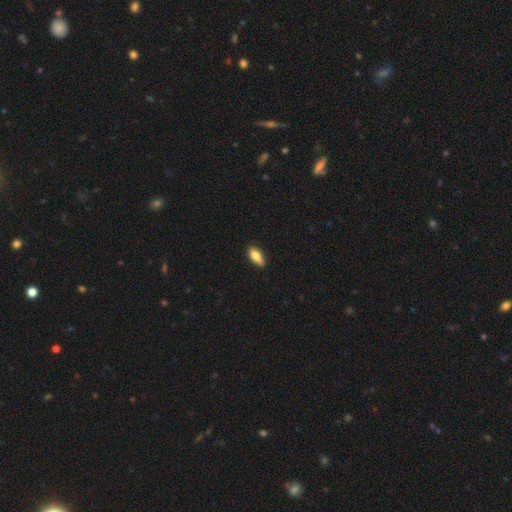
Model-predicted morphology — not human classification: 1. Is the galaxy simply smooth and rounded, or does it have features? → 81% smooth, 12% featured or disk, 7% star or artifact.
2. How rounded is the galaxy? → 80% in between, 16% cigar-shaped, 3% round.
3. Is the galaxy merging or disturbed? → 75% none, 21% minor disturbance, 3% major disturbance, 1% merger.